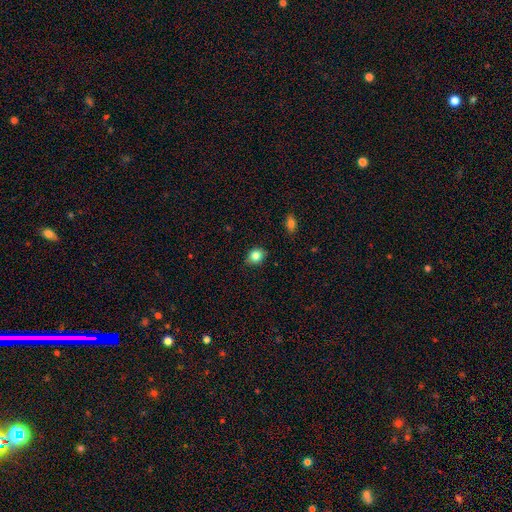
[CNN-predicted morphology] A smooth galaxy with no disk features (84%) that is round (59%). Merging: none (83%).